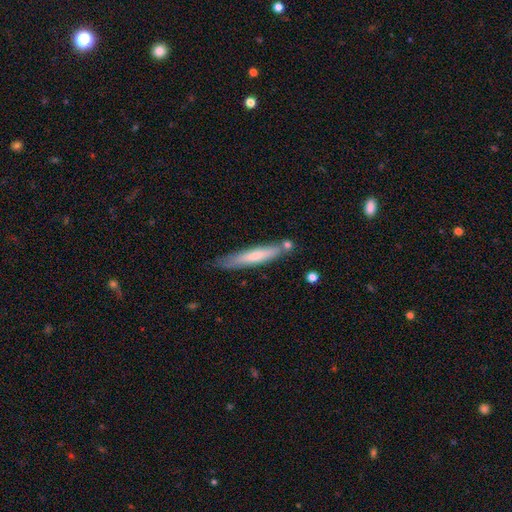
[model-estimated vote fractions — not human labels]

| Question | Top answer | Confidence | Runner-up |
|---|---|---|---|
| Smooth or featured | smooth | 63% | featured or disk (31%) |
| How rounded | cigar-shaped | 92% | in between (7%) |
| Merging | none | 73% | minor disturbance (16%) |